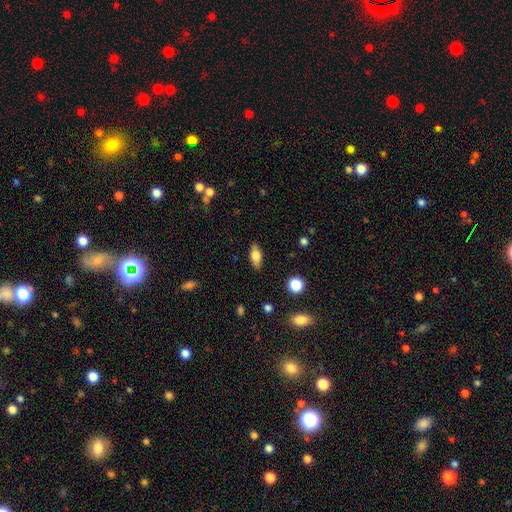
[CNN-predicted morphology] Smooth or featured: smooth — 72% (featured or disk — 20%)
How rounded: in between — 82% (cigar-shaped — 13%)
Merging: none — 86% (minor disturbance — 11%)